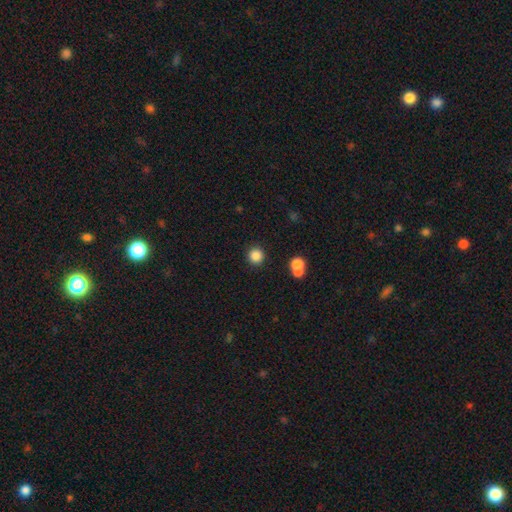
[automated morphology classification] Smooth or featured? Predicted: smooth (p=0.85). How rounded? Predicted: round (p=0.94). Merging? Predicted: none (p=0.86).